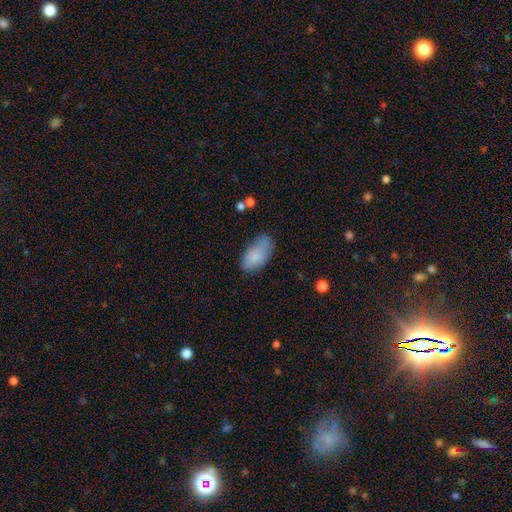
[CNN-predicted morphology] This appears to be a smooth galaxy with no disk features (82%) that is in between round and cigar-shaped (93%). Merging: none (60%).